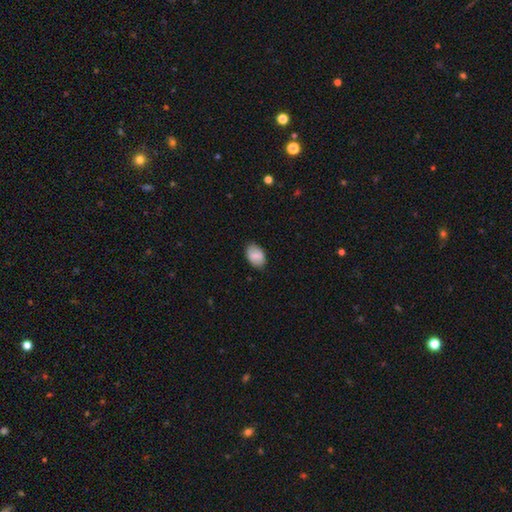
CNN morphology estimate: Smooth or featured? smooth (78%)
How rounded? in between (86%)
Merging? none (82%)